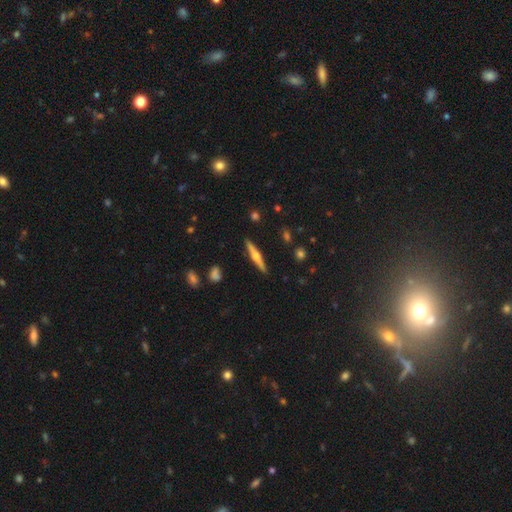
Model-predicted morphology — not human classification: type=featured or disk (69%); edge-on=yes (98%); edge-on bulge=rounded (90%); merging=none (90%).